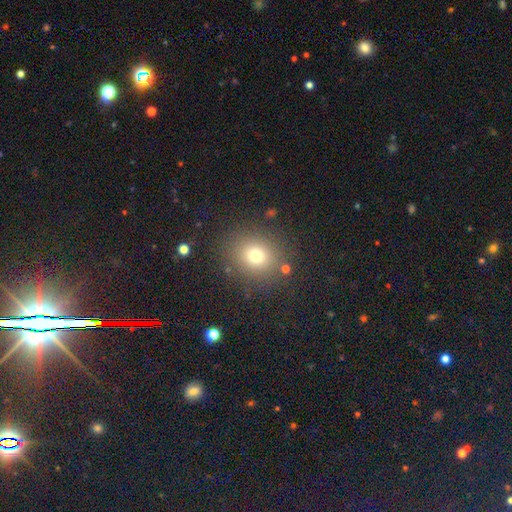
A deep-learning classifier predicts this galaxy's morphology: Q: Smooth or featured?
A: smooth (73%); runner-up: star or artifact (18%)
Q: How rounded?
A: round (76%); runner-up: in between (23%)
Q: Merging?
A: none (84%); runner-up: minor disturbance (9%)